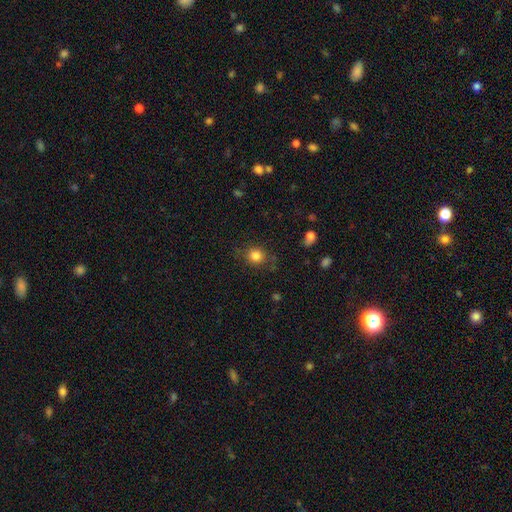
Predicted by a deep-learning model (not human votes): smooth-or-featured: smooth: 83% | star or artifact: 12% | featured or disk: 6%
  how-rounded: round: 81% | in between: 18% | cigar-shaped: 1%
  merging: none: 81% | minor disturbance: 13% | major disturbance: 4% | merger: 3%